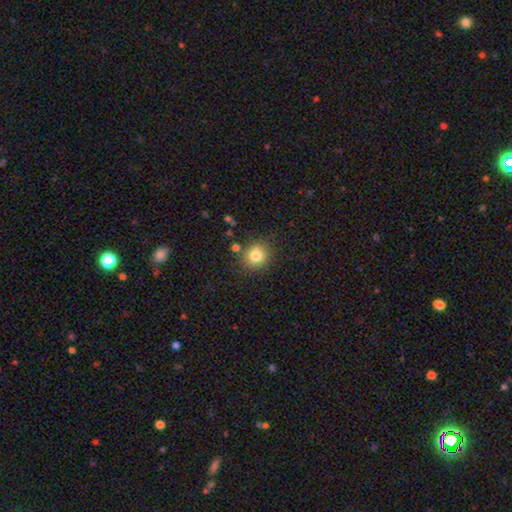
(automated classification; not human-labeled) Smooth or featured: smooth — 81% (star or artifact — 12%)
How rounded: round — 82% (in between — 18%)
Merging: none — 82% (minor disturbance — 11%)